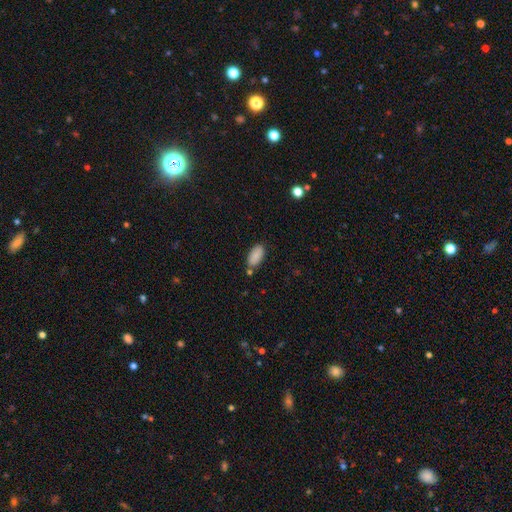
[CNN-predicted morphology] smooth-or-featured: smooth: 88% | star or artifact: 7% | featured or disk: 5%
  how-rounded: in between: 92% | cigar-shaped: 5% | round: 2%
  merging: none: 73% | minor disturbance: 14% | merger: 10% | major disturbance: 3%